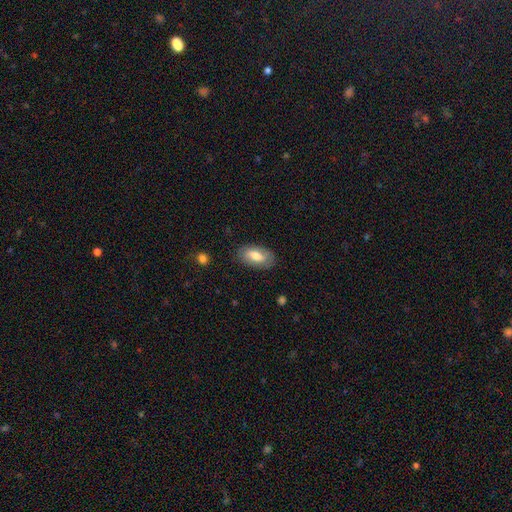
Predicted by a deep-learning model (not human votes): A smooth galaxy with no disk features (68%) that is in between round and cigar-shaped (93%).

Vote fractions:
- Smooth or featured? smooth: 68% / featured or disk: 26% / star or artifact: 6%
- How rounded? in between: 93% / round: 4% / cigar-shaped: 3%
- Merging? none: 82% / minor disturbance: 13% / major disturbance: 3% / merger: 1%